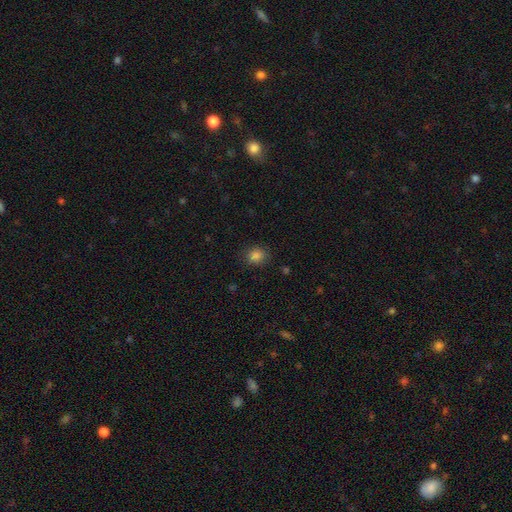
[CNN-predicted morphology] A smooth galaxy with no disk features (84%) that is round (65%).

Vote fractions:
- Smooth or featured? smooth: 84% / star or artifact: 12% / featured or disk: 4%
- How rounded? round: 65% / in between: 34% / cigar-shaped: 1%
- Merging? none: 85% / minor disturbance: 11% / major disturbance: 3% / merger: 1%